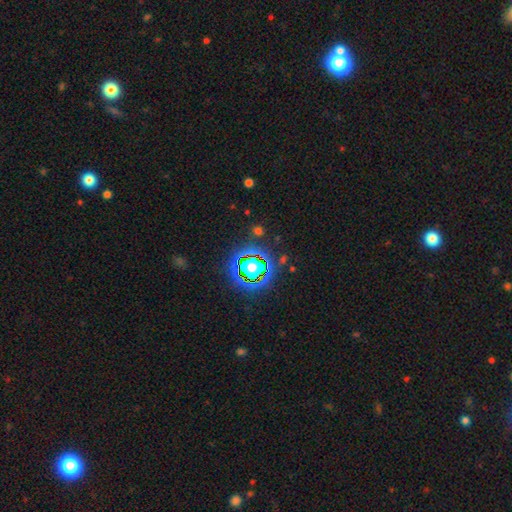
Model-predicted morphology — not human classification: Smooth or featured? Predicted: star or artifact (p=0.75).